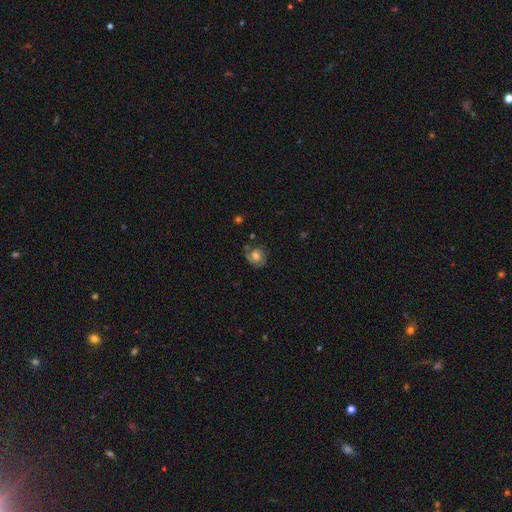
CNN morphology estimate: type=smooth (46%); merging=none (62%).